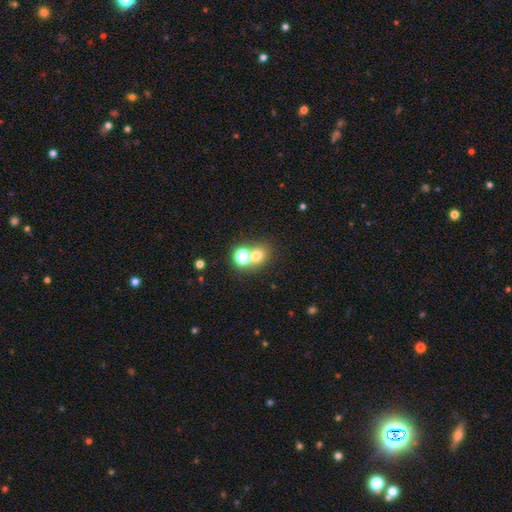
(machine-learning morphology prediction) smooth_or_featured: smooth (p=0.69) [alt: star or artifact p=0.20]
how_rounded: round (p=0.72) [alt: in between p=0.27]
merging: none (p=0.50) [alt: merger p=0.40]